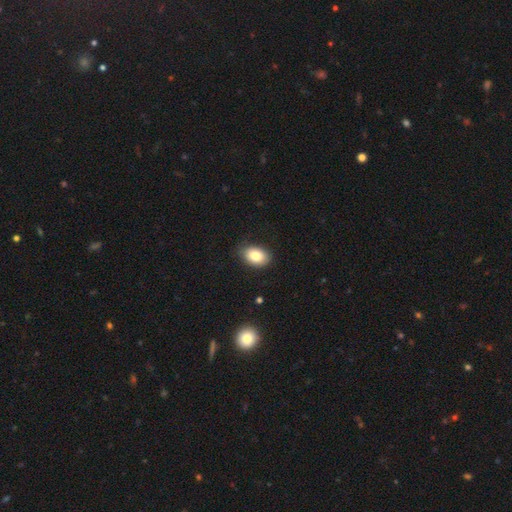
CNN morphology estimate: Q: Smooth or featured?
A: smooth (82%); runner-up: featured or disk (10%)
Q: How rounded?
A: in between (84%); runner-up: round (15%)
Q: Merging?
A: none (82%); runner-up: minor disturbance (15%)